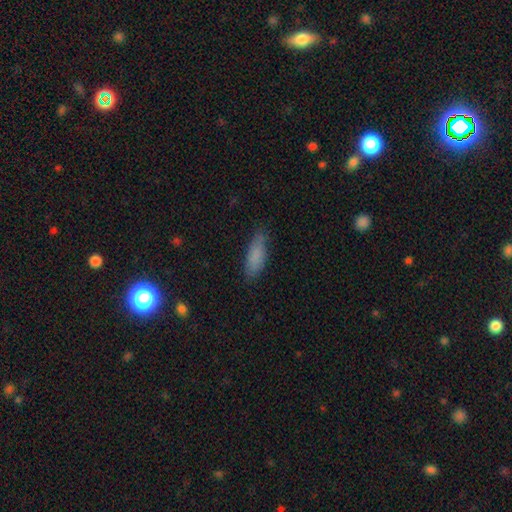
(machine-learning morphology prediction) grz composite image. It shows a smooth galaxy with no disk features (84%) that is in between round and cigar-shaped (63%). Merging: none (78%).